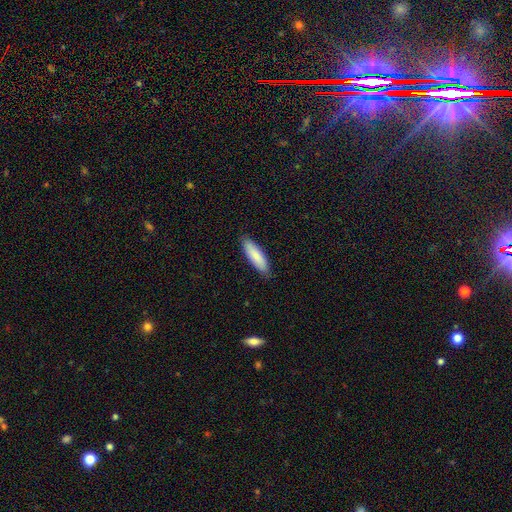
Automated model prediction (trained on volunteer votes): Smooth or featured? smooth (86%)
How rounded? cigar-shaped (55%)
Merging? none (85%)